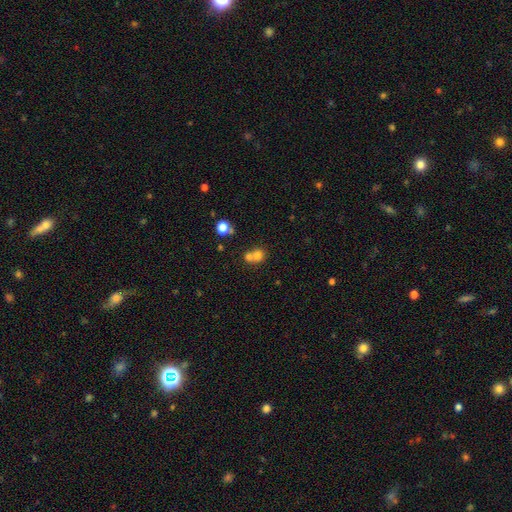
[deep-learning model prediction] A smooth galaxy with no disk features (72%) that is round (77%).

Vote fractions:
- Smooth or featured? smooth: 72% / featured or disk: 15% / star or artifact: 14%
- How rounded? round: 77% / in between: 22% / cigar-shaped: 1%
- Merging? merger: 58% / none: 33% / minor disturbance: 6% / major disturbance: 3%